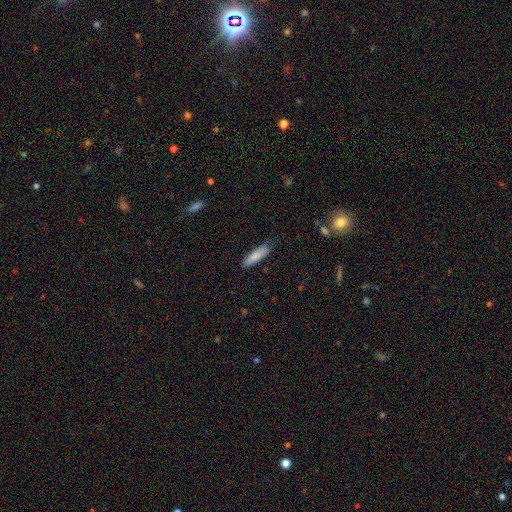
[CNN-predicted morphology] The model was most divided on "how rounded": cigar-shaped: 69%, in between: 30%, round: 1%. More confident: smooth or featured — smooth (84%); merging — none (78%).